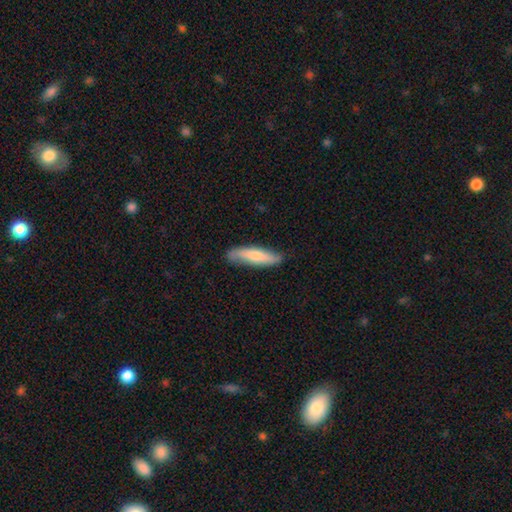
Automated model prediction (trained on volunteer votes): smooth 70%, featured or disk 25%, star or artifact 5%. Down the decision tree: how rounded — cigar-shaped (75%); merging — none (79%).